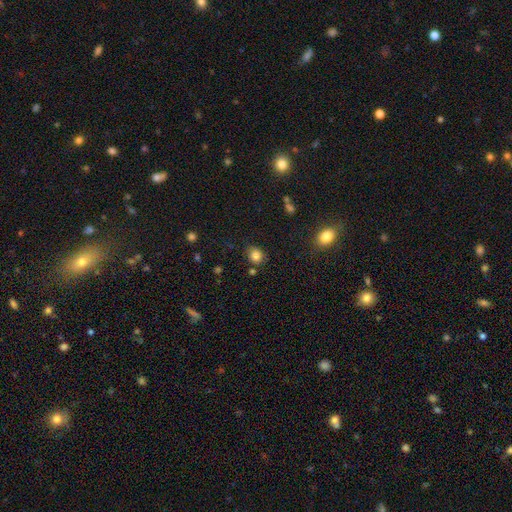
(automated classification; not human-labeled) Smooth or featured?
  - smooth: 82% *
  - star or artifact: 12%
  - featured or disk: 6%
How rounded?
  - round: 69% *
  - in between: 30%
  - cigar-shaped: 1%
Merging?
  - none: 80% *
  - minor disturbance: 13%
  - merger: 4%
  - major disturbance: 3%